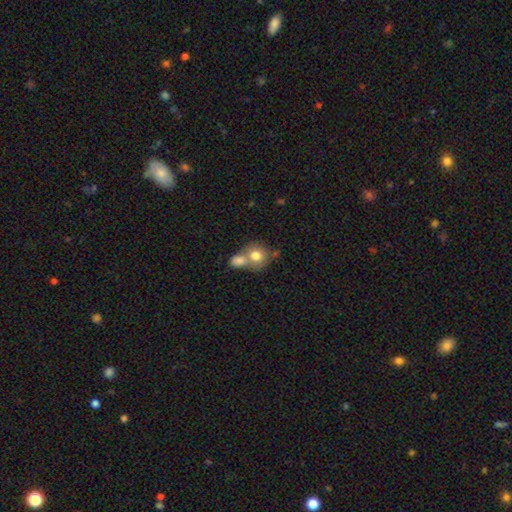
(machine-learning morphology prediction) smooth 77%, featured or disk 15%, star or artifact 8%. Down the decision tree: how rounded — round (73%); merging — merger (58%).